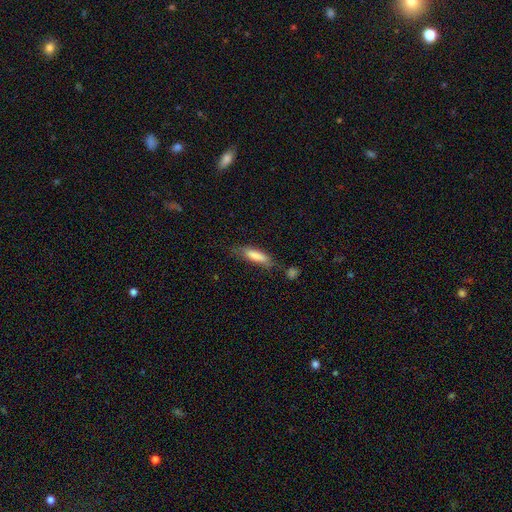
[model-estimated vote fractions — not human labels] smooth 78%, featured or disk 15%, star or artifact 6%. Down the decision tree: how rounded — cigar-shaped (65%); merging — none (63%).